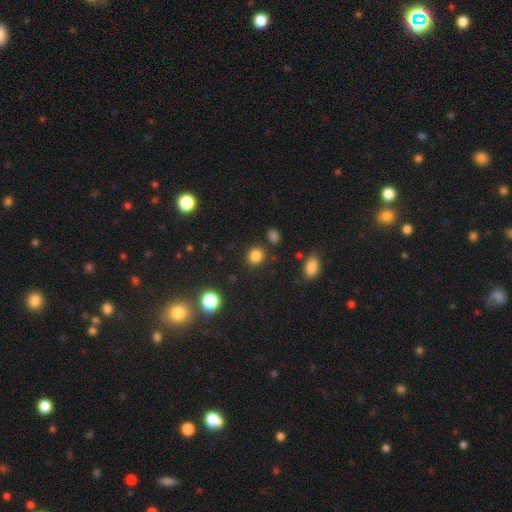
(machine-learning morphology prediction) A smooth galaxy with no disk features (84%) that is round (79%). Merging: none (87%).